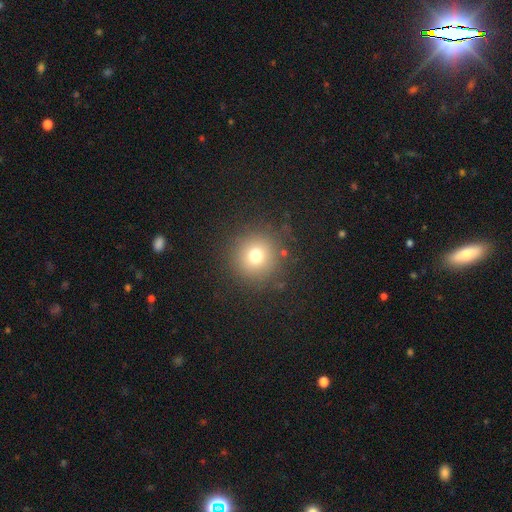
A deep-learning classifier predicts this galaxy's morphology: type=smooth (73%); roundness=round (94%); merging=none (87%).